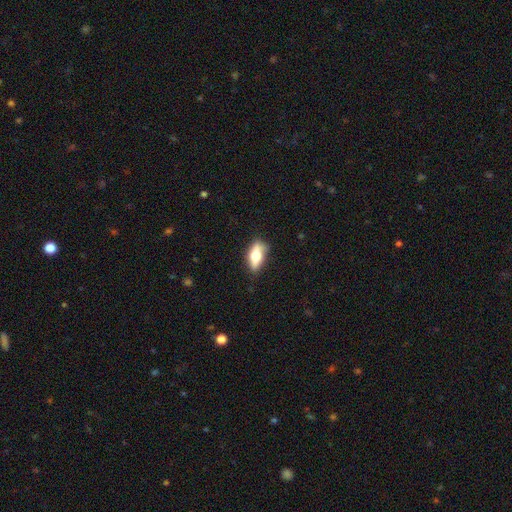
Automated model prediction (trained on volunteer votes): Smooth or featured?
  - smooth: 59% *
  - featured or disk: 34%
  - star or artifact: 7%
How rounded?
  - in between: 77% *
  - cigar-shaped: 18%
  - round: 5%
Merging?
  - none: 72% *
  - minor disturbance: 20%
  - major disturbance: 5%
  - merger: 2%